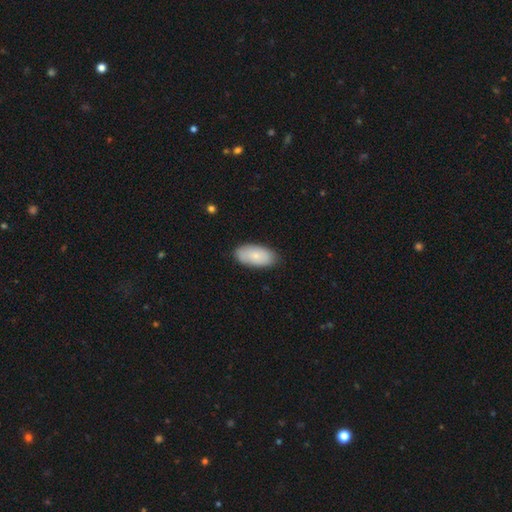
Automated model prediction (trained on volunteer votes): smooth_or_featured: smooth (p=0.78) [alt: featured or disk p=0.16]
how_rounded: in between (p=0.94) [alt: cigar-shaped p=0.03]
merging: none (p=0.83) [alt: minor disturbance p=0.13]